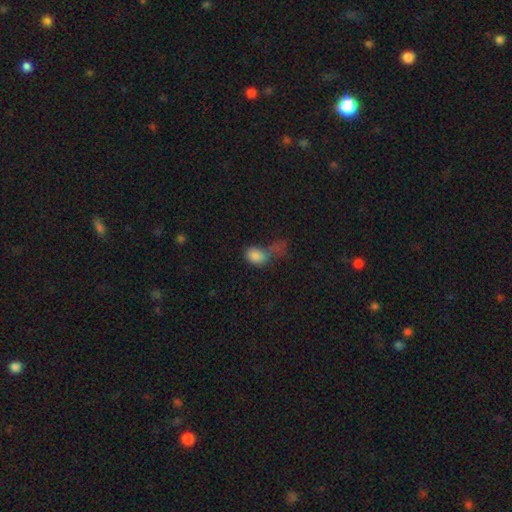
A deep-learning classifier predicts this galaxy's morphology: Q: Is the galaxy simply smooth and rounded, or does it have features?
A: smooth — 80%.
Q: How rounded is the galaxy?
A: in between — 68%.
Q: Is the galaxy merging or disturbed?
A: major disturbance — 38%.